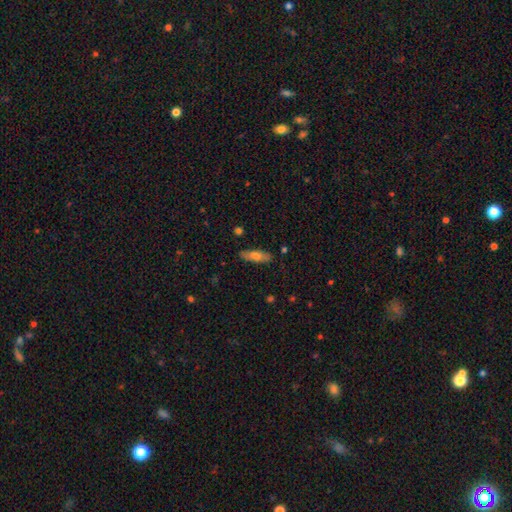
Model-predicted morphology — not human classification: Overall: smooth (69%). How rounded: cigar-shaped (58%; in between 40%). Merging: none (83%).